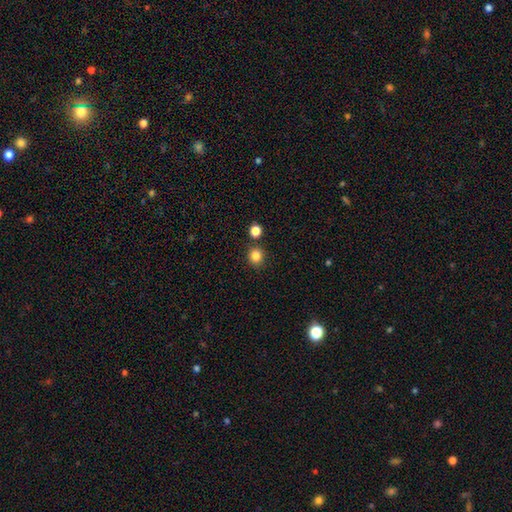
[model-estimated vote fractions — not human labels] The model was most divided on "smooth or featured": smooth: 84%, star or artifact: 12%, featured or disk: 4%. More confident: how rounded — round (89%); merging — none (84%).